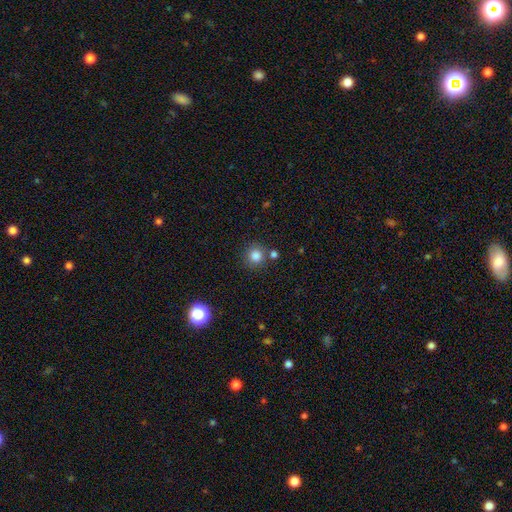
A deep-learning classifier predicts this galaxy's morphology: This appears to be a smooth galaxy with no disk features (83%) that is round (91%). Merging: none (78%).